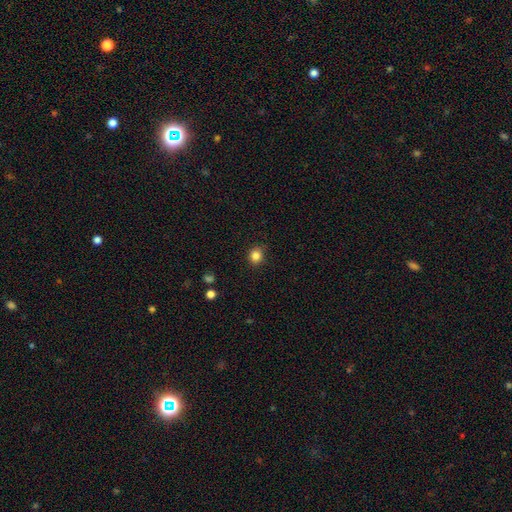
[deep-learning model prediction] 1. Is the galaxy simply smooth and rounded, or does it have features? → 84% smooth, 12% star or artifact, 4% featured or disk.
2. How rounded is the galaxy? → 78% round, 21% in between, 1% cigar-shaped.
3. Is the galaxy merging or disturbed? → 86% none, 10% minor disturbance, 2% major disturbance, 1% merger.